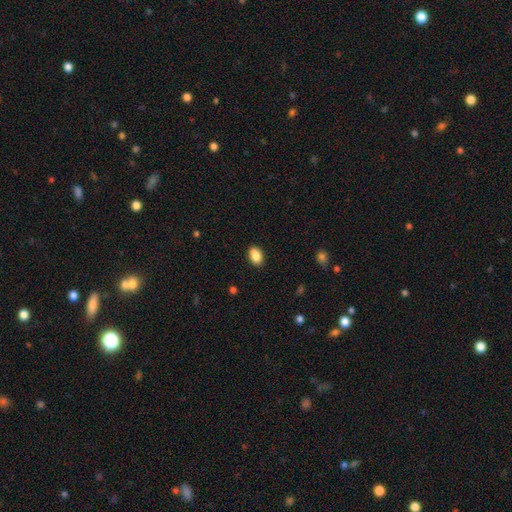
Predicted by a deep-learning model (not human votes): Smooth or featured: smooth — 88% (star or artifact — 8%)
How rounded: in between — 87% (round — 11%)
Merging: none — 87% (minor disturbance — 9%)